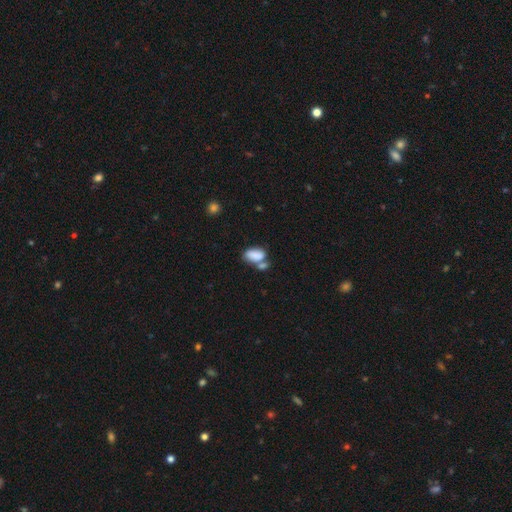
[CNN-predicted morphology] smooth 82%, featured or disk 10%, star or artifact 8%. Down the decision tree: how rounded — in between (92%); merging — merger (46%).